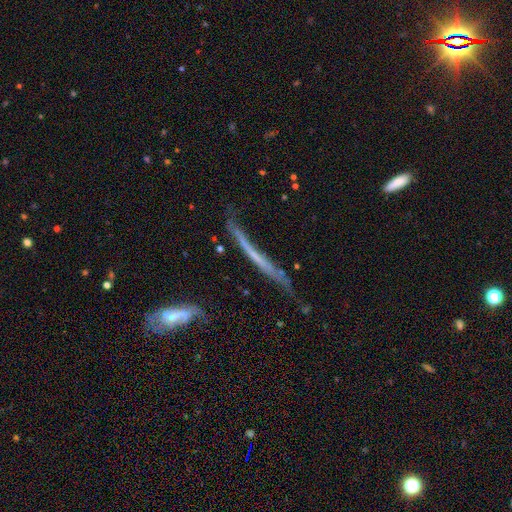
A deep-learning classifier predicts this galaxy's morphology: This is possibly a featured or disk galaxy (60%). It is clearly viewed edge-on (81%). Merging: possibly none (50%).